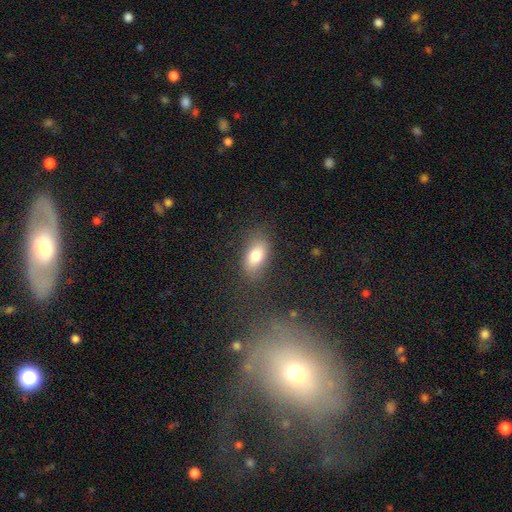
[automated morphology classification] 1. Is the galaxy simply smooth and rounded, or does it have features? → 78% smooth, 14% featured or disk, 9% star or artifact.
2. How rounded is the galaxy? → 88% in between, 7% round, 4% cigar-shaped.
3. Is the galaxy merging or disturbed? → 77% none, 15% minor disturbance, 6% major disturbance, 2% merger.